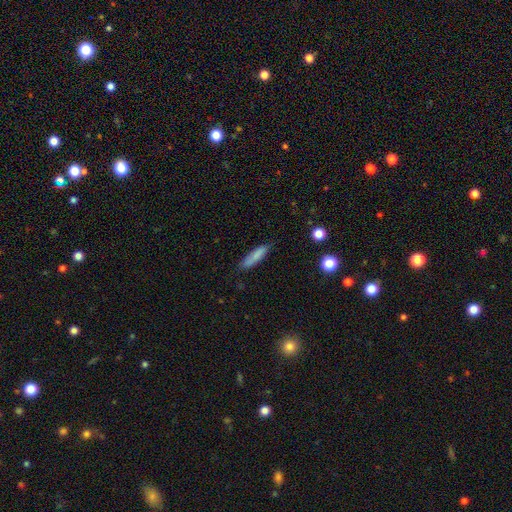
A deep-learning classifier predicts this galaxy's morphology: This is clearly a smooth galaxy (80%). How rounded: likely cigar-shaped (80%). Merging: likely none (79%).